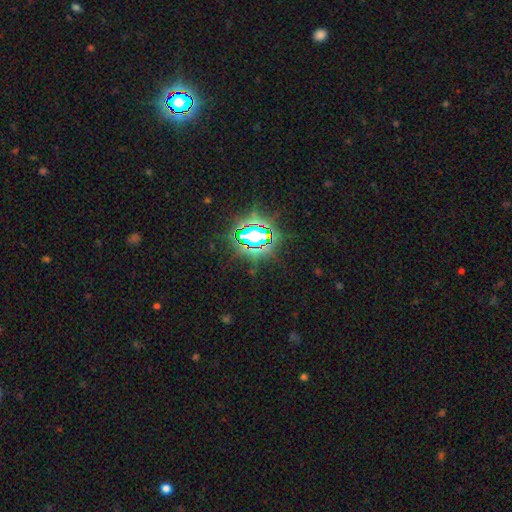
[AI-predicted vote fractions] smooth_or_featured: star or artifact (p=0.76) [alt: smooth p=0.14]